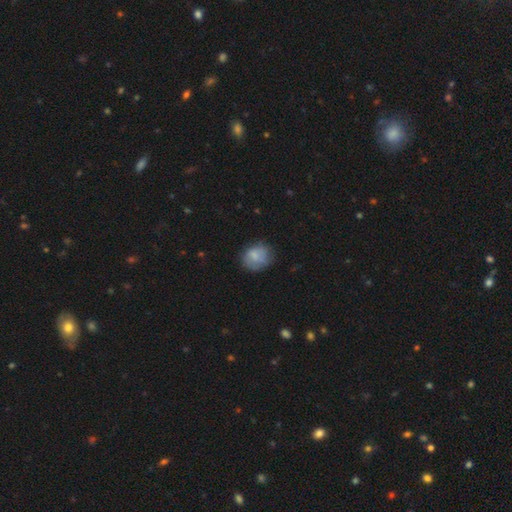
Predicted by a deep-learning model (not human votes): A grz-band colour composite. It shows a smooth galaxy with no disk features (71%) that is round (64%). Merging: none (64%).